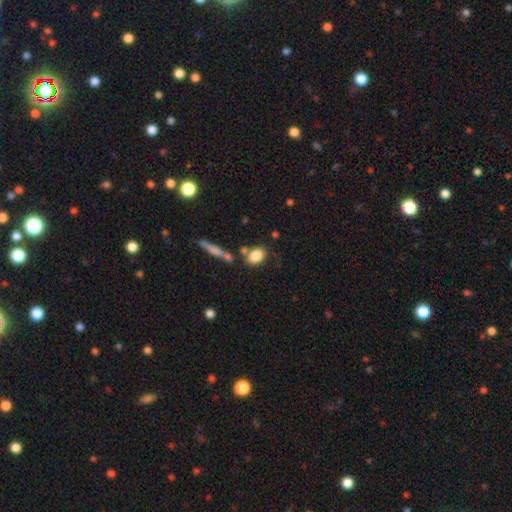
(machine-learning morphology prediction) type=smooth (83%); roundness=in between (67%); merging=none (65%).